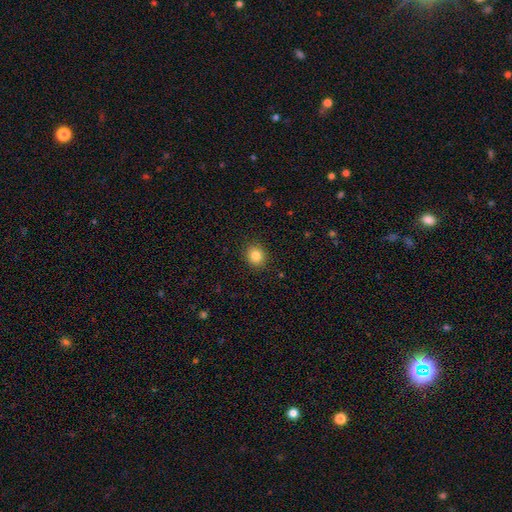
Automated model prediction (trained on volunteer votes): Morphology: type=smooth (84%); roundness=round (78%); merging=none (90%).